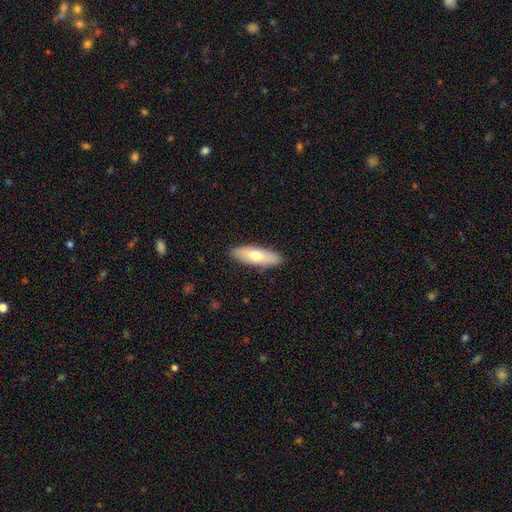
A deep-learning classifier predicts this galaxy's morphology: type=smooth (68%); roundness=in between (61%); merging=none (89%).